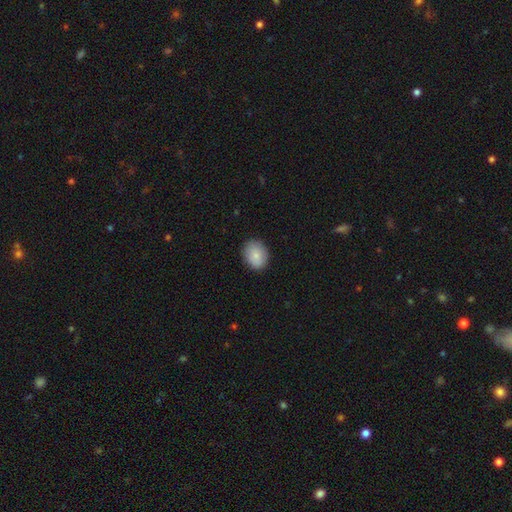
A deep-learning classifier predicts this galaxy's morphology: A smooth galaxy with no disk features (85%) that is in between round and cigar-shaped (55%). Merging: none (86%).